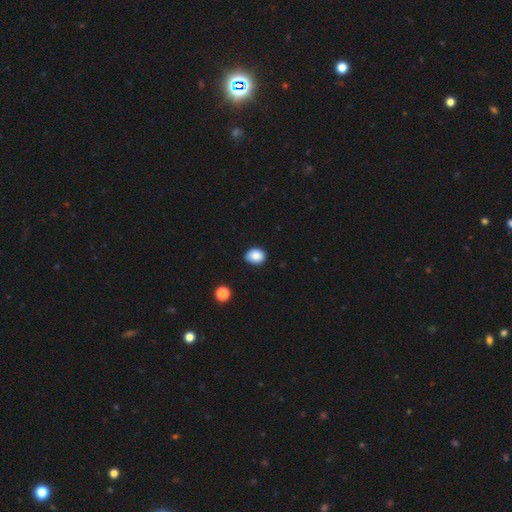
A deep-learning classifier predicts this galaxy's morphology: Smooth or featured? smooth (86%)
How rounded? in between (55%)
Merging? none (82%)